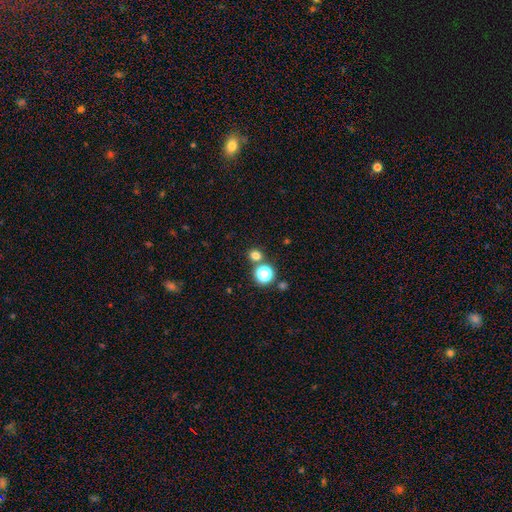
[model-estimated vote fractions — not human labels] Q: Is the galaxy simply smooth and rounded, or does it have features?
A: smooth — 74%.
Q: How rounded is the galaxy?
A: round — 85%.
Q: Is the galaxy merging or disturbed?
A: none — 75%.